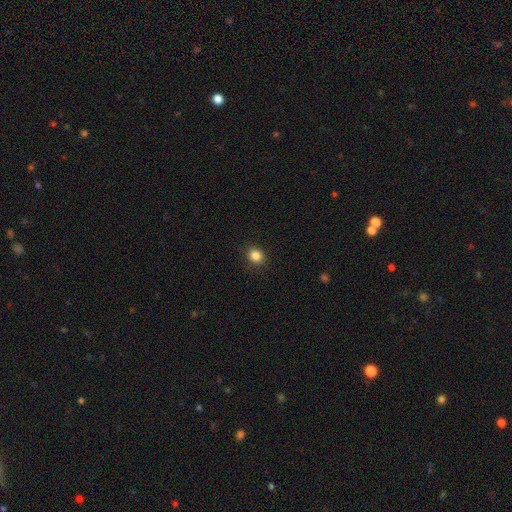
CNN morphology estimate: smooth 85%, star or artifact 11%, featured or disk 4%. Down the decision tree: how rounded — round (74%); merging — none (90%).